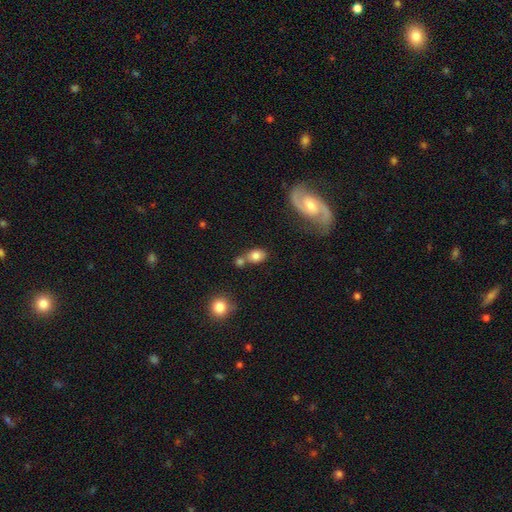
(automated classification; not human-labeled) This is likely a smooth galaxy (78%). How rounded: likely in between (71%). Merging: possibly none (49%).